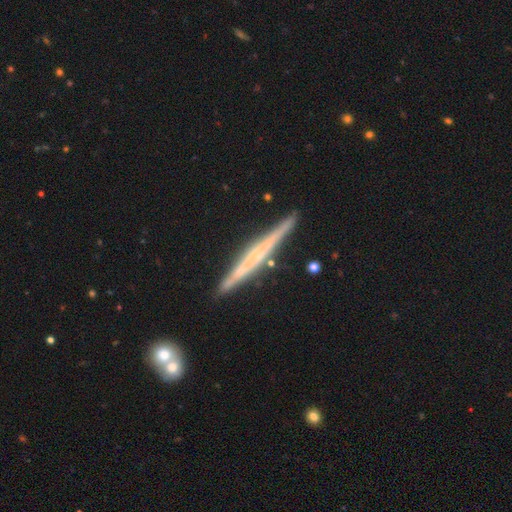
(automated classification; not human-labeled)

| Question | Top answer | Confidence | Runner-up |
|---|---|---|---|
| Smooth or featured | featured or disk | 71% | smooth (23%) |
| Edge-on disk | yes | 98% | no (2%) |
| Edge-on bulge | none | 54% | rounded (30%) |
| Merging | none | 87% | minor disturbance (9%) |